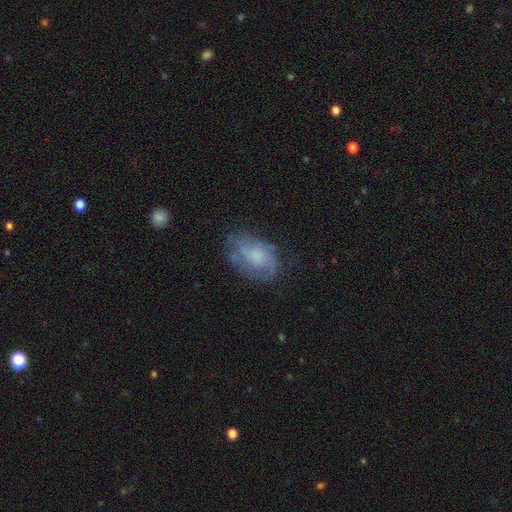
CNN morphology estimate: smooth-or-featured: featured or disk: 57% | smooth: 34% | star or artifact: 9%
  disk-edge-on: no: 97% | yes: 3%
    bar: no: 74% | weak: 23% | strong: 3%
    has-spiral-arms: yes: 77% | no: 23%
    bulge-size: none: 34% | moderate: 27% | small: 25% | large: 12% | dominant: 2%
  merging: none: 58% | minor disturbance: 25% | major disturbance: 14% | merger: 2%